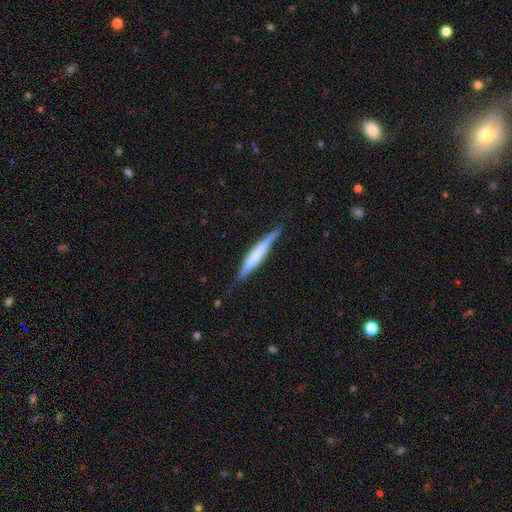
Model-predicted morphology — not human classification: Smooth or featured?
  - featured or disk: 48% *
  - smooth: 46%
  - star or artifact: 5%
Merging?
  - none: 77% *
  - minor disturbance: 18%
  - major disturbance: 3%
  - merger: 2%